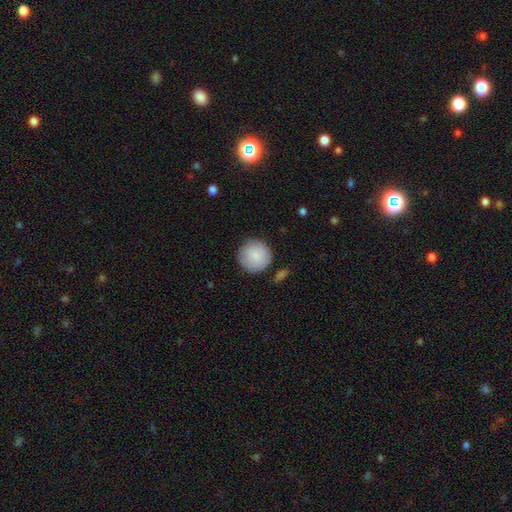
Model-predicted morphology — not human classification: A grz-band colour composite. It shows a smooth galaxy with no disk features (84%) that is round (95%). Merging: none (80%).